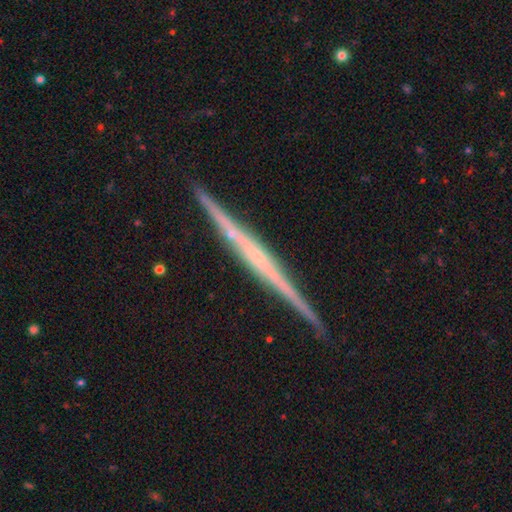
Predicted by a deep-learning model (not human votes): featured or disk 81%, smooth 13%, star or artifact 6%. Down the decision tree: edge-on disk — yes (98%); edge-on bulge — none (63%); merging — none (91%).